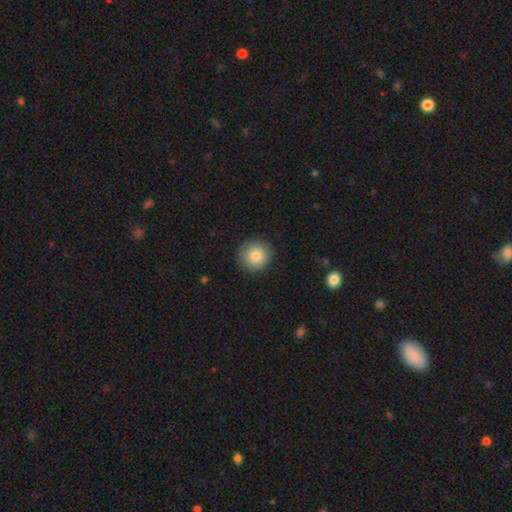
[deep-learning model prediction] smooth 83%, star or artifact 9%, featured or disk 8%. Down the decision tree: how rounded — round (94%); merging — none (89%).